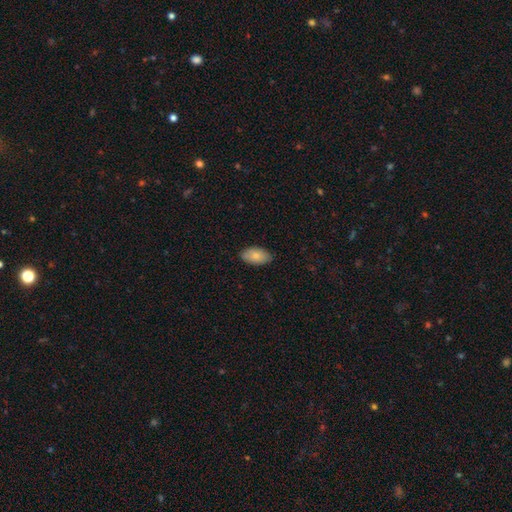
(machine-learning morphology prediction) Overall: smooth (84%). How rounded: in between (94%). Merging: none (86%).